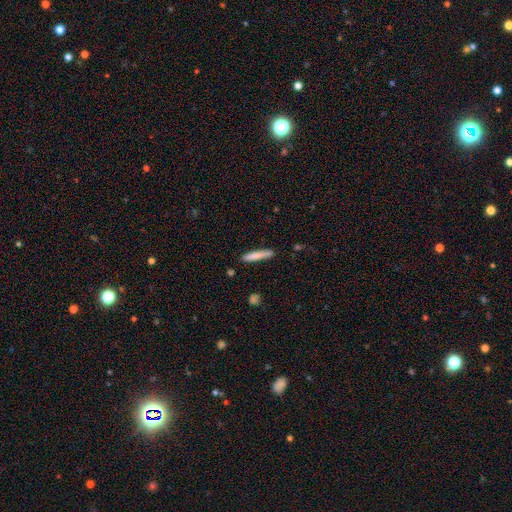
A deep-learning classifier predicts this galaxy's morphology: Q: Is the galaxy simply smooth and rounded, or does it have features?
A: smooth — 80%.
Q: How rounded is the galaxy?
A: cigar-shaped — 93%.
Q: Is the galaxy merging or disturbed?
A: none — 86%.